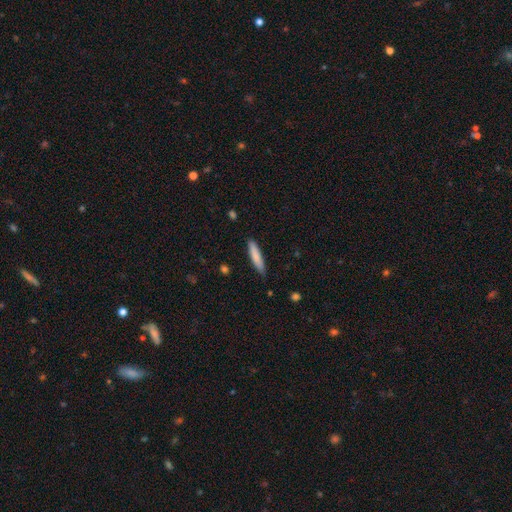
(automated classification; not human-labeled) smooth-or-featured: smooth: 82% | featured or disk: 12% | star or artifact: 6%
  how-rounded: cigar-shaped: 85% | in between: 13% | round: 1%
  merging: none: 84% | minor disturbance: 13% | major disturbance: 2% | merger: 1%